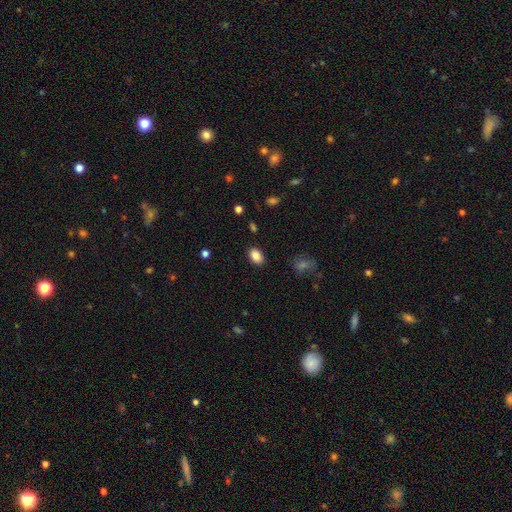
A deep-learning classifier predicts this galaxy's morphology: smooth-or-featured: smooth: 86% | star or artifact: 8% | featured or disk: 5%
  how-rounded: in between: 87% | round: 12% | cigar-shaped: 1%
  merging: none: 88% | minor disturbance: 8% | major disturbance: 2% | merger: 1%